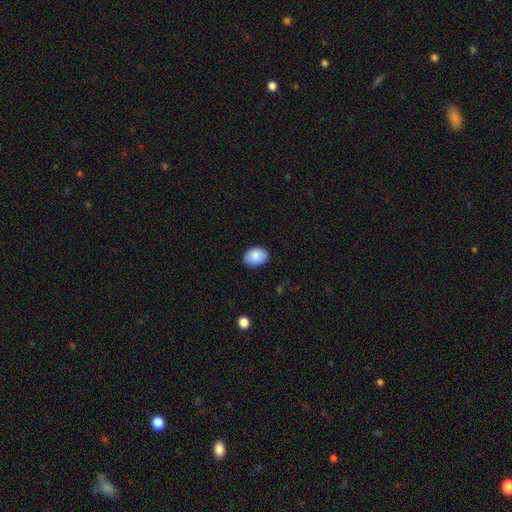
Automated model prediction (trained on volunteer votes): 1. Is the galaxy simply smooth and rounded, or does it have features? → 84% smooth, 9% featured or disk, 7% star or artifact.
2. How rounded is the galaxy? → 78% in between, 21% round, 1% cigar-shaped.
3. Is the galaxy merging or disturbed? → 79% none, 17% minor disturbance, 3% major disturbance, 1% merger.